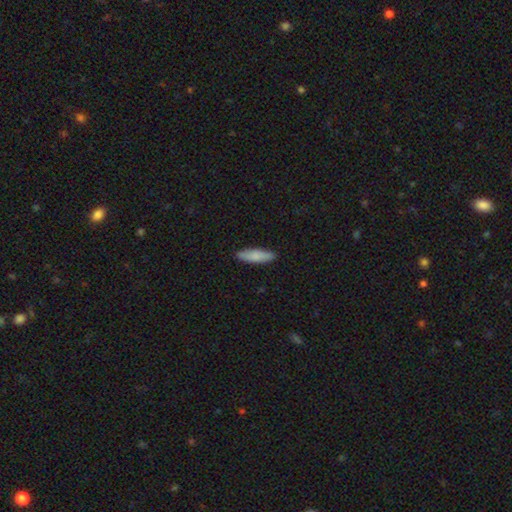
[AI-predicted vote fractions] This appears to be a smooth galaxy with no disk features (83%) that is cigar-shaped (56%). Merging: none (89%).